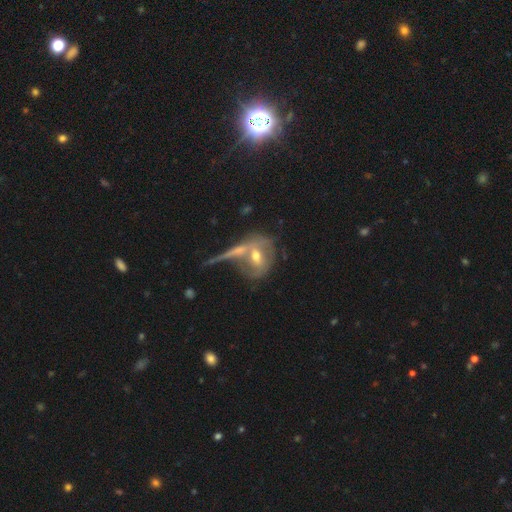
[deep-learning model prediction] A featured or disk galaxy (58%). Merging: none (36%, tied with merger).